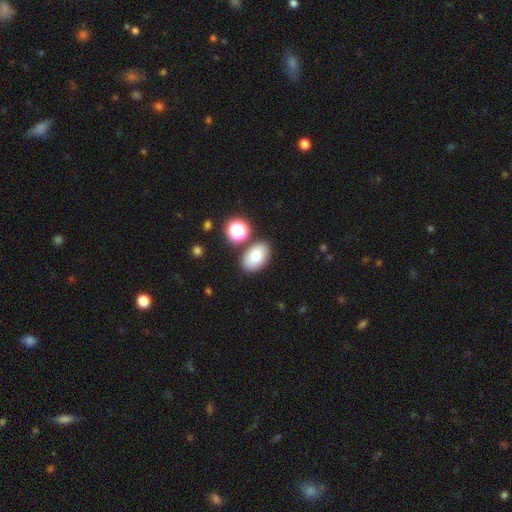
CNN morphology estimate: smooth 80%, featured or disk 10%, star or artifact 10%. Down the decision tree: how rounded — in between (89%); merging — none (77%).